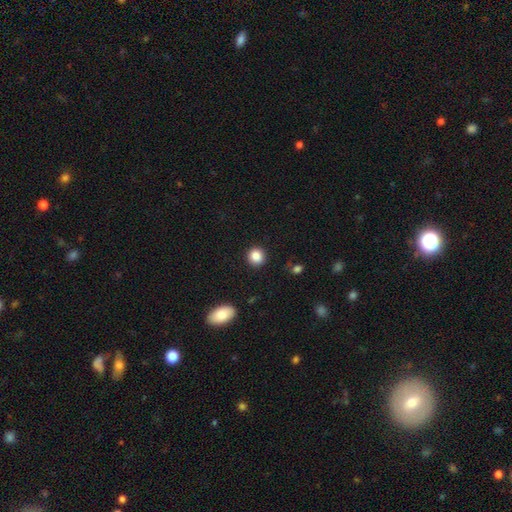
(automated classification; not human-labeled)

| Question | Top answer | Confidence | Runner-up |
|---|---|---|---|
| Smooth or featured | smooth | 87% | star or artifact (9%) |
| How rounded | round | 87% | in between (12%) |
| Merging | none | 91% | minor disturbance (6%) |